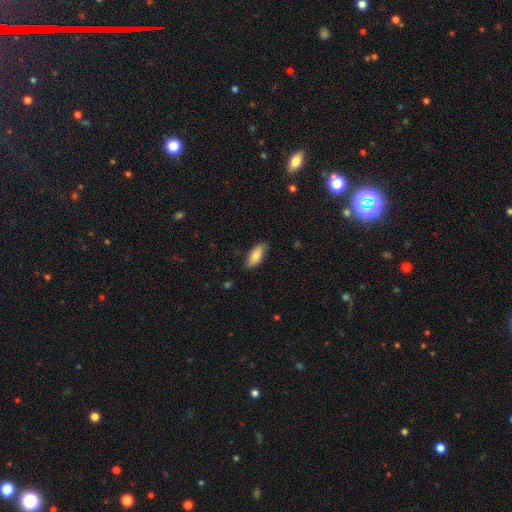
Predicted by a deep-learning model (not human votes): Smooth or featured? Predicted: smooth (p=0.83). How rounded? Predicted: in between (p=0.83). Merging? Predicted: none (p=0.79).